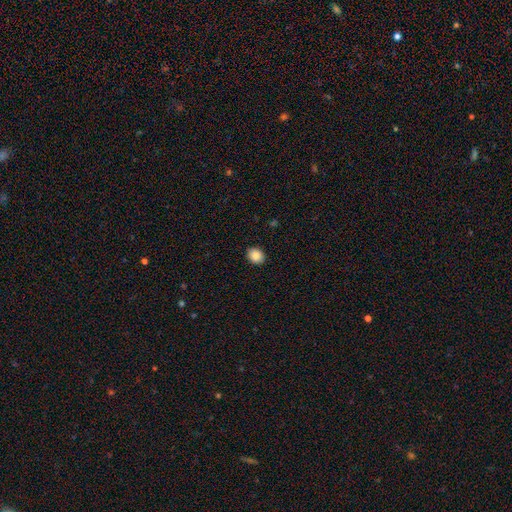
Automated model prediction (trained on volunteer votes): Morphology: type=smooth (87%); roundness=round (54%); merging=none (90%).